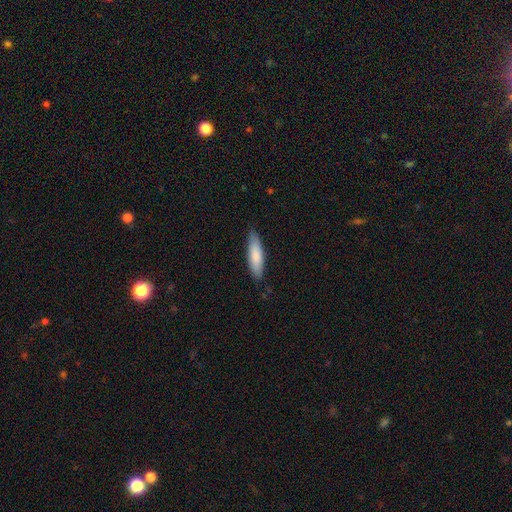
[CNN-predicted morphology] Smooth or featured: smooth — 83% (featured or disk — 12%)
How rounded: cigar-shaped — 61% (in between — 38%)
Merging: none — 84% (minor disturbance — 13%)